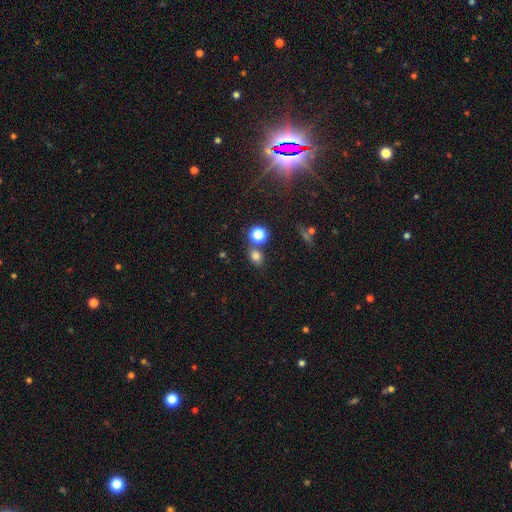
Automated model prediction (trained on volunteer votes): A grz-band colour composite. It shows a smooth galaxy with no disk features (75%) that is in between round and cigar-shaped (53%). Merging: none (68%).